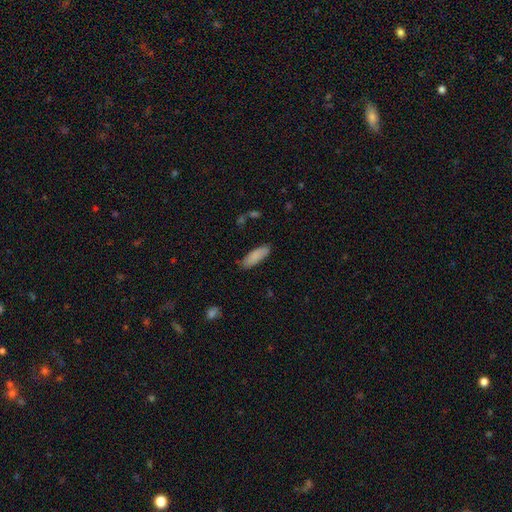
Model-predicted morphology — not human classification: Overall: smooth (86%). How rounded: in between (59%; cigar-shaped 40%). Merging: none (83%).